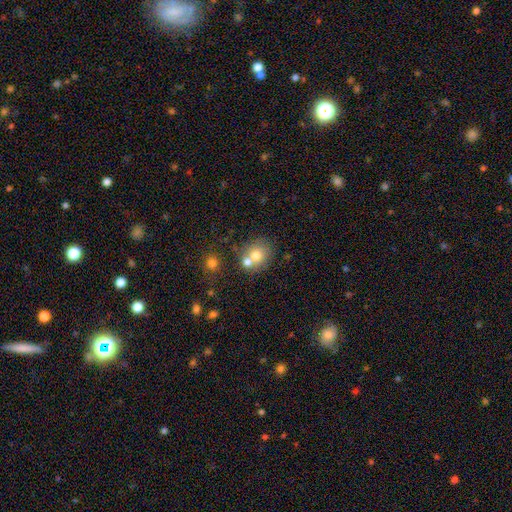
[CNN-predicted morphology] Smooth or featured?
  - smooth: 72% *
  - featured or disk: 17%
  - star or artifact: 11%
How rounded?
  - round: 73% *
  - in between: 26%
  - cigar-shaped: 1%
Merging?
  - none: 49% *
  - merger: 39%
  - minor disturbance: 9%
  - major disturbance: 3%